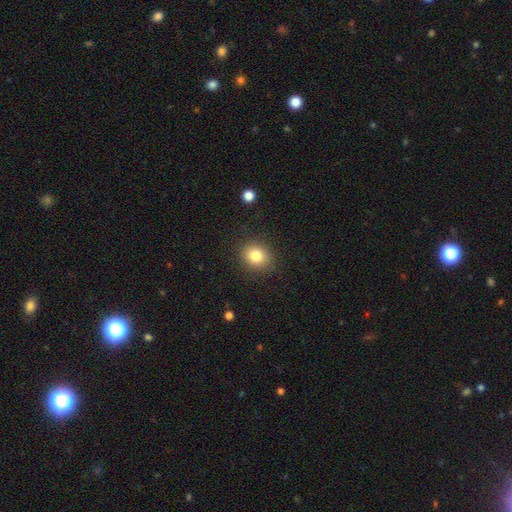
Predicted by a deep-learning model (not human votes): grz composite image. It shows a smooth galaxy with no disk features (82%) that is round (61%). Merging: none (87%).